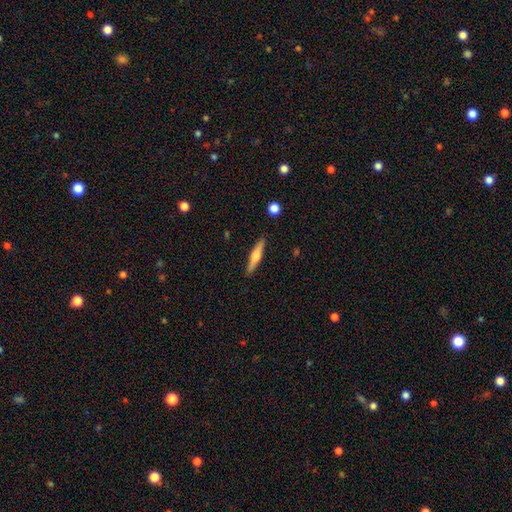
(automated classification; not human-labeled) This appears to be a featured or disk galaxy (53%) viewed edge-on (96%) with a rounded central bulge (91%). Merging: none (90%).